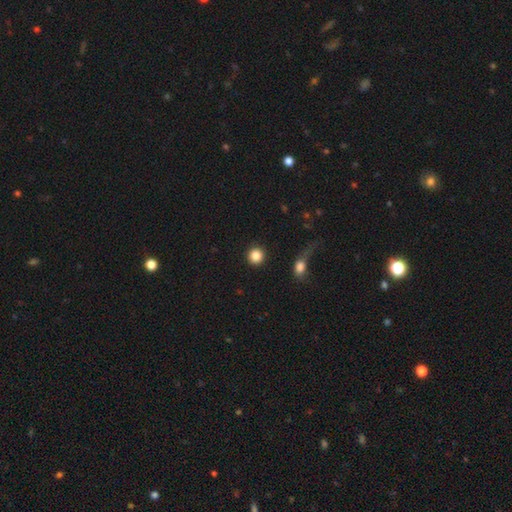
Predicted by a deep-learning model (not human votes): Overall: smooth (86%). How rounded: round (93%). Merging: none (91%).